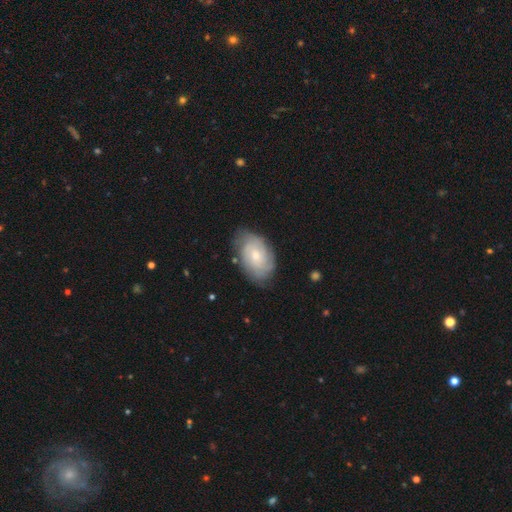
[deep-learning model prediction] smooth-or-featured: featured or disk: 66% | smooth: 28% | star or artifact: 6%
  disk-edge-on: no: 96% | yes: 4%
    bar: no: 71% | weak: 25% | strong: 3%
    has-spiral-arms: yes: 88% | no: 12%
      spiral-winding: tight: 66% | medium: 26% | loose: 8%
      spiral-arm-count: can't tell: 48% | 2: 20% | 3: 14% | 4: 9% | more than 4: 4% | 1: 4%
    bulge-size: small: 54% | moderate: 41% | large: 2% | none: 2% | dominant: 1%
  merging: none: 73% | minor disturbance: 20% | major disturbance: 6% | merger: 1%